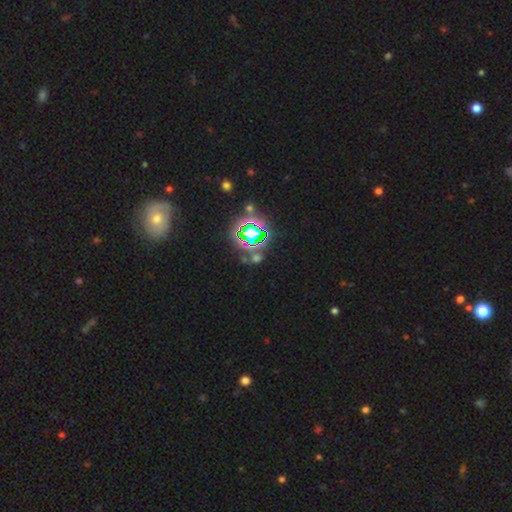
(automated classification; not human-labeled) Smooth or featured? Predicted: star or artifact (p=0.70).